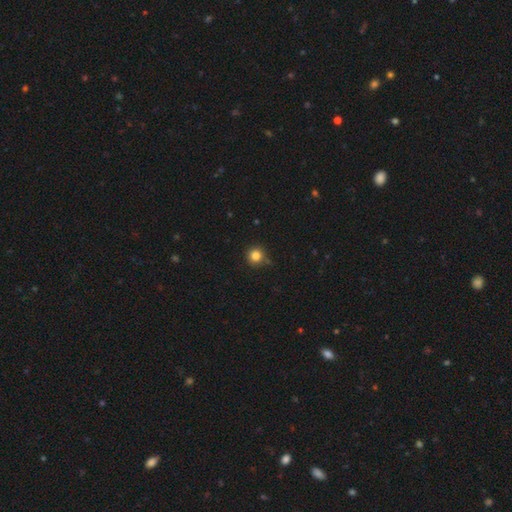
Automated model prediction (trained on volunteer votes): Smooth or featured? smooth (83%)
How rounded? round (94%)
Merging? none (81%)